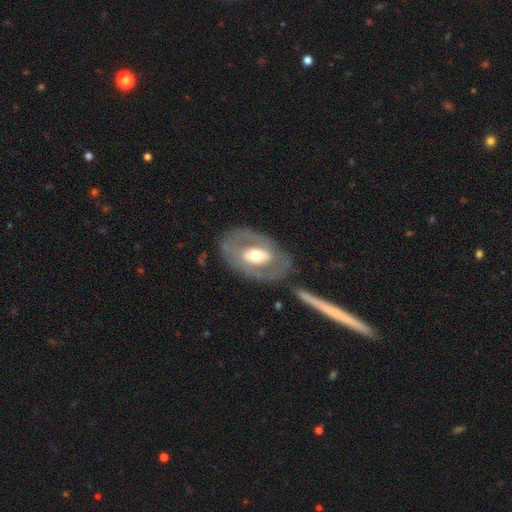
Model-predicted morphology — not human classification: Q: Smooth or featured?
A: featured or disk (67%); runner-up: smooth (28%)
Q: Edge-on disk?
A: no (92%); runner-up: yes (8%)
Q: Bar?
A: no (39%); runner-up: weak (32%)
Q: Spiral arms?
A: no (65%); runner-up: yes (35%)
Q: Bulge size?
A: moderate (66%); runner-up: large (21%)
Q: Merging?
A: none (77%); runner-up: minor disturbance (13%)